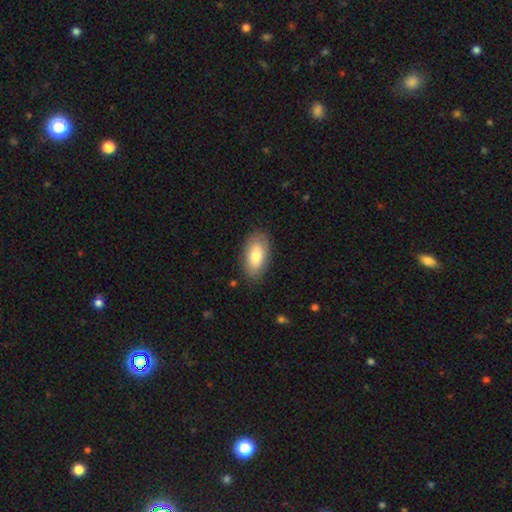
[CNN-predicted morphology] Overall: smooth (79%). How rounded: in between (92%). Merging: none (84%).